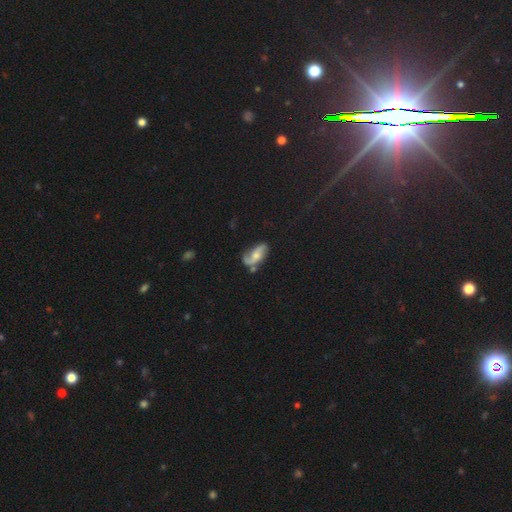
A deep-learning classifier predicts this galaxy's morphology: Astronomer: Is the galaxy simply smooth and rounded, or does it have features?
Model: featured or disk — 65%.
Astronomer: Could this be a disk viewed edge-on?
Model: no — 93%.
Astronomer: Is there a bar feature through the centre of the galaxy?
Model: no — 62%.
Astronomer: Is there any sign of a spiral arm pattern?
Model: yes — 87%.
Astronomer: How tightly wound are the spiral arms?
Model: loose — 58%.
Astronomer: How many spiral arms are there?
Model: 2 — 77%.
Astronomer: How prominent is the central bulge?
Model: moderate — 56%.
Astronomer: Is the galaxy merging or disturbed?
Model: none — 47% (runner-up: minor disturbance, 25%).